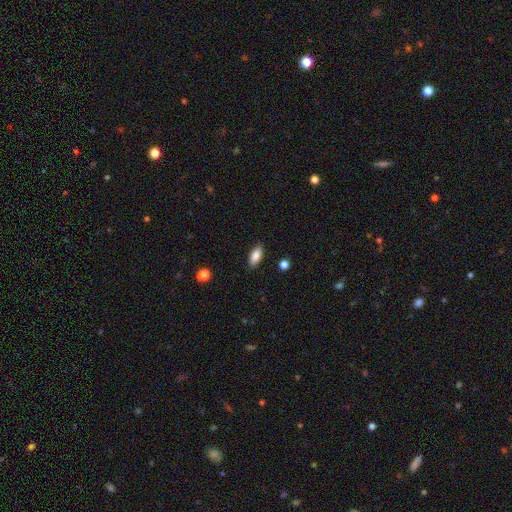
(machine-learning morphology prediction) smooth_or_featured: smooth (p=0.84) [alt: featured or disk p=0.08]
how_rounded: in between (p=0.88) [alt: cigar-shaped p=0.09]
merging: none (p=0.87) [alt: minor disturbance p=0.09]